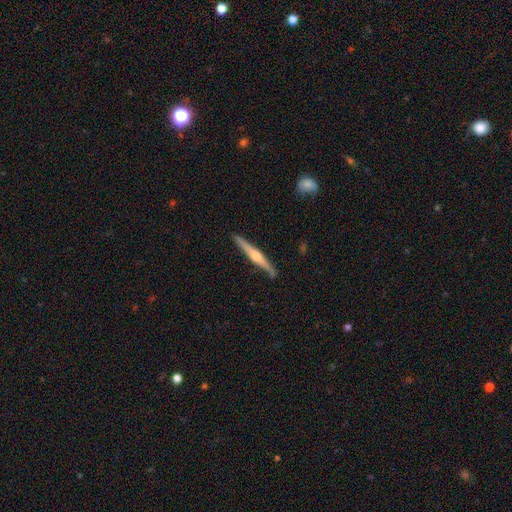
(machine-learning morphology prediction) featured or disk 72%, smooth 24%, star or artifact 5%. Down the decision tree: edge-on disk — yes (98%); edge-on bulge — rounded (76%); merging — none (88%).